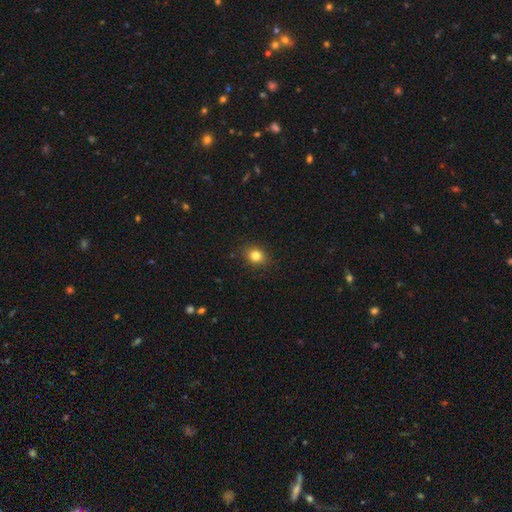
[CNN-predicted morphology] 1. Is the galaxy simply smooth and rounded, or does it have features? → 82% smooth, 12% star or artifact, 6% featured or disk.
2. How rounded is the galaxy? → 60% round, 39% in between, 1% cigar-shaped.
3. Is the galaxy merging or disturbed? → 89% none, 8% minor disturbance, 2% major disturbance, 1% merger.